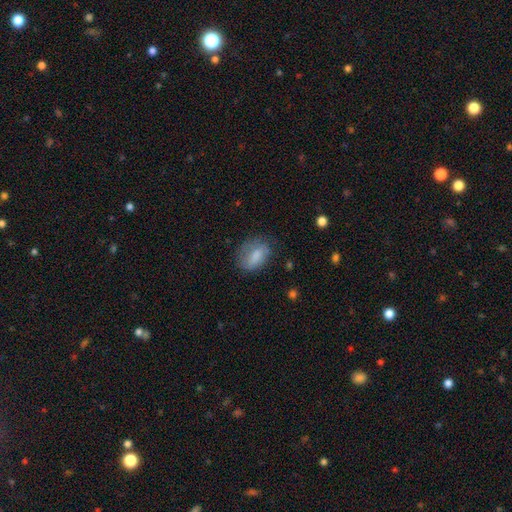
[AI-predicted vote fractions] Smooth or featured? Predicted: smooth (p=0.76). How rounded? Predicted: in between (p=0.78). Merging? Predicted: none (p=0.60).